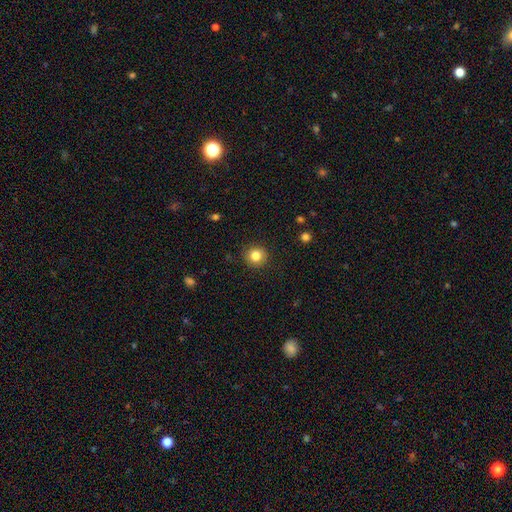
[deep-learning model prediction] The model was most divided on "smooth or featured": smooth: 83%, star or artifact: 11%, featured or disk: 6%. More confident: how rounded — round (93%); merging — none (91%).